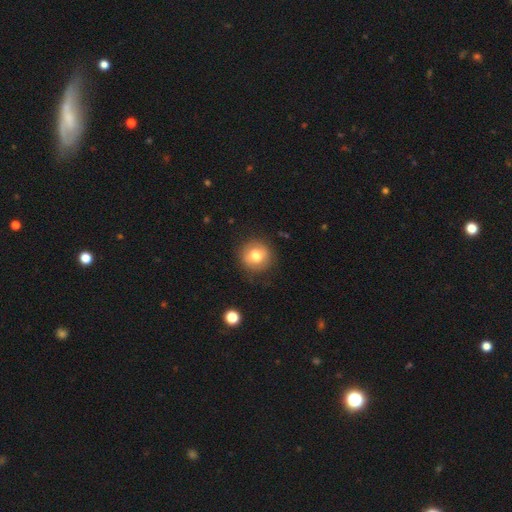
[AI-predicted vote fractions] Smooth or featured? smooth (74%)
How rounded? round (92%)
Merging? none (84%)